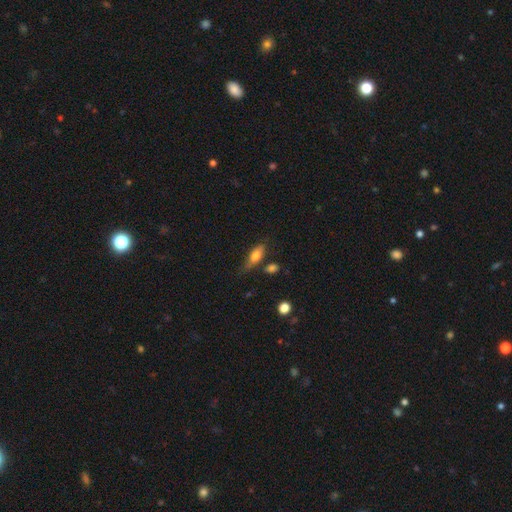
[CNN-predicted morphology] smooth-or-featured: smooth: 73% | featured or disk: 19% | star or artifact: 7%
  how-rounded: in between: 73% | cigar-shaped: 24% | round: 4%
  merging: none: 59% | minor disturbance: 26% | merger: 8% | major disturbance: 7%